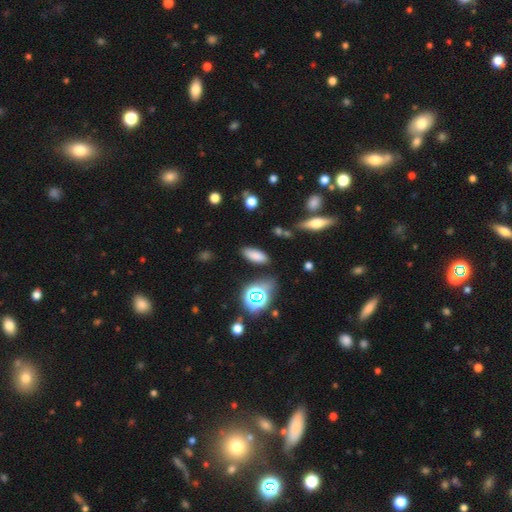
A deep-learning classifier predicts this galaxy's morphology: This appears to be a smooth galaxy with no disk features (80%) that is in between round and cigar-shaped (79%). Merging: none (82%).